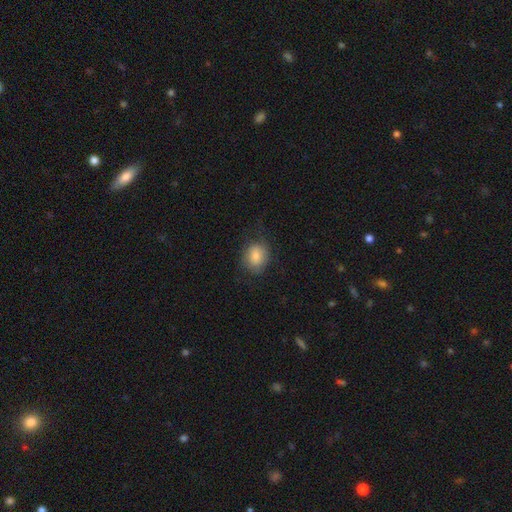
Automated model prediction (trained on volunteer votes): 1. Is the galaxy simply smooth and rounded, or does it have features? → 79% smooth, 12% featured or disk, 8% star or artifact.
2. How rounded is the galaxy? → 55% round, 44% in between, 1% cigar-shaped.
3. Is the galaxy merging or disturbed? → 71% none, 20% minor disturbance, 8% major disturbance, 1% merger.